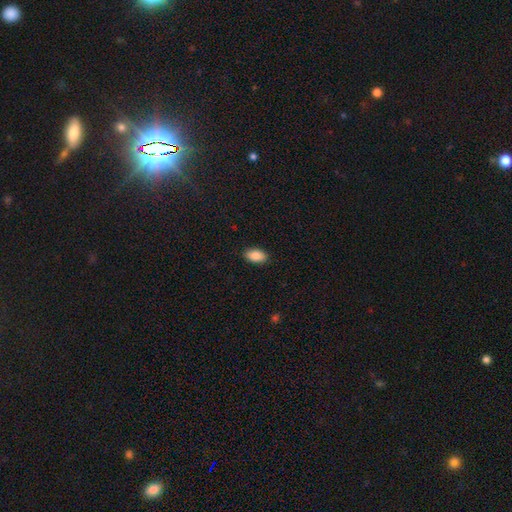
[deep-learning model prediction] The model was most divided on "smooth or featured": smooth: 88%, star or artifact: 7%, featured or disk: 5%. More confident: how rounded — in between (93%); merging — none (89%).